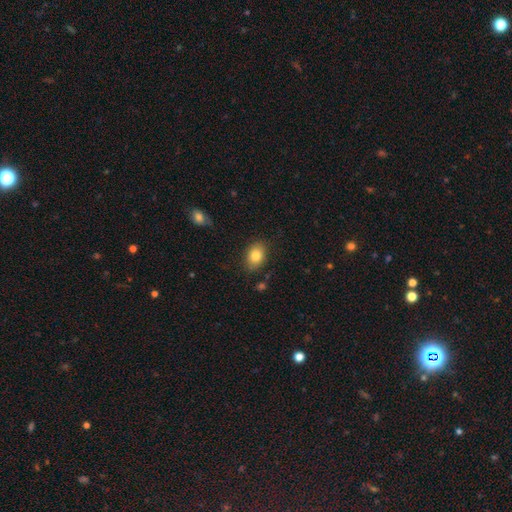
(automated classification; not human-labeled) smooth_or_featured: smooth (p=0.83) [alt: featured or disk p=0.09]
how_rounded: in between (p=0.76) [alt: round p=0.22]
merging: none (p=0.83) [alt: minor disturbance p=0.13]